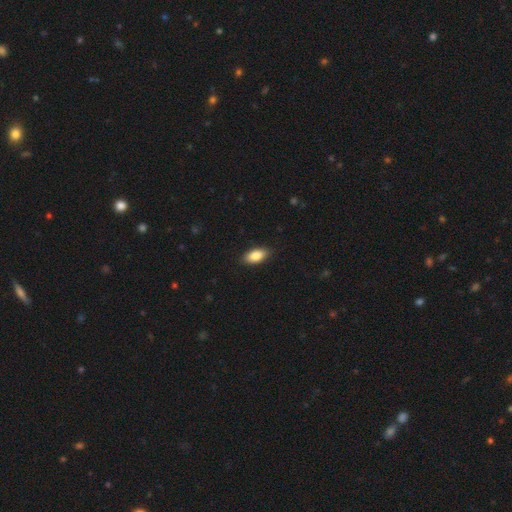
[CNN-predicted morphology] The model was most divided on "merging": none: 87%, minor disturbance: 10%, major disturbance: 2%, merger: 1%. More confident: how rounded — in between (91%); smooth or featured — smooth (86%).